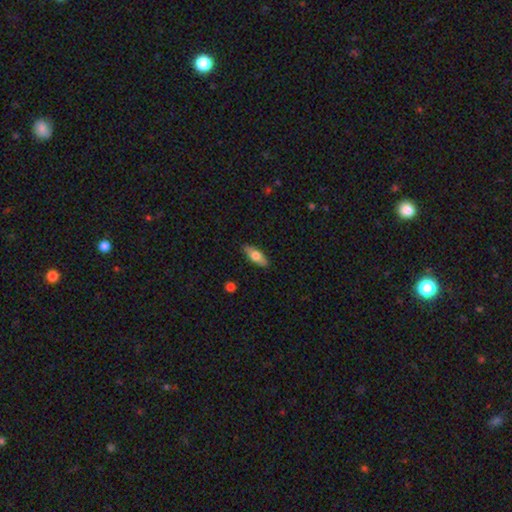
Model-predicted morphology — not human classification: smooth 68%, featured or disk 26%, star or artifact 6%. Down the decision tree: how rounded — in between (72%); merging — none (87%).